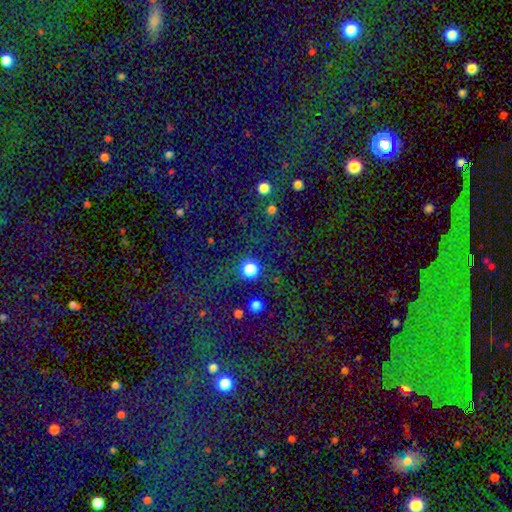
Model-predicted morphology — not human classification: smooth_or_featured: star or artifact (p=0.72) [alt: smooth p=0.17]